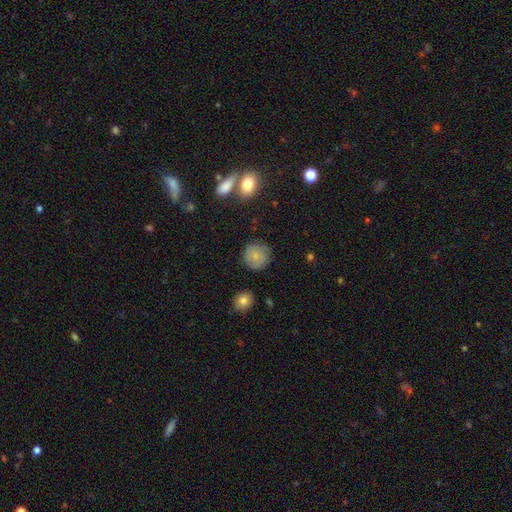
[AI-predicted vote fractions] Smooth or featured: smooth — 67% (featured or disk — 23%)
How rounded: round — 89% (in between — 10%)
Merging: none — 77% (minor disturbance — 17%)